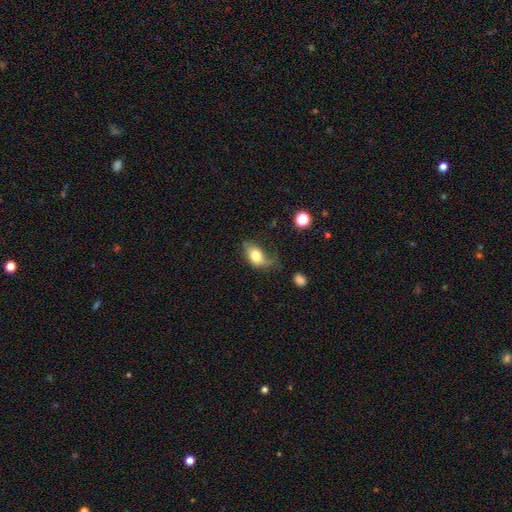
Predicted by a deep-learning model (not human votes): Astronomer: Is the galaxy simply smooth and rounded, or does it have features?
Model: smooth — 74%.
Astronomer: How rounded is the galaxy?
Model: in between — 84%.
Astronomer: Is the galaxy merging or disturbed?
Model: none — 41% (runner-up: minor disturbance, 37%).